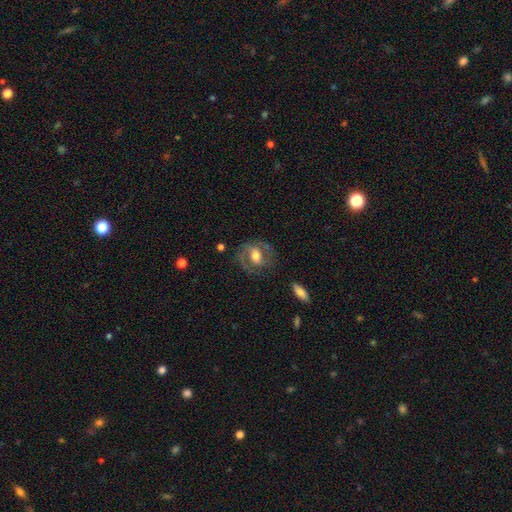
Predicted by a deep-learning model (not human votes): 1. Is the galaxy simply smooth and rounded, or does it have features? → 62% featured or disk, 31% smooth, 7% star or artifact.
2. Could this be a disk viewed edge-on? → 95% no, 5% yes.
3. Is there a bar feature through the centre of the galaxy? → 39% weak, 38% no, 23% strong.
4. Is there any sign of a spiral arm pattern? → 70% yes, 30% no.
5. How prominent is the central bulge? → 62% moderate, 21% large, 13% small, 2% dominant, 2% none.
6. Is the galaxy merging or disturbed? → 71% none, 17% minor disturbance, 11% major disturbance, 2% merger.